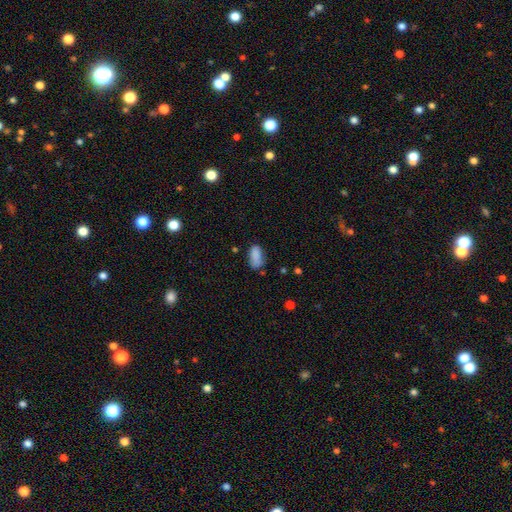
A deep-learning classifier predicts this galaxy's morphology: smooth 85%, star or artifact 9%, featured or disk 6%. Down the decision tree: how rounded — in between (91%); merging — none (61%).